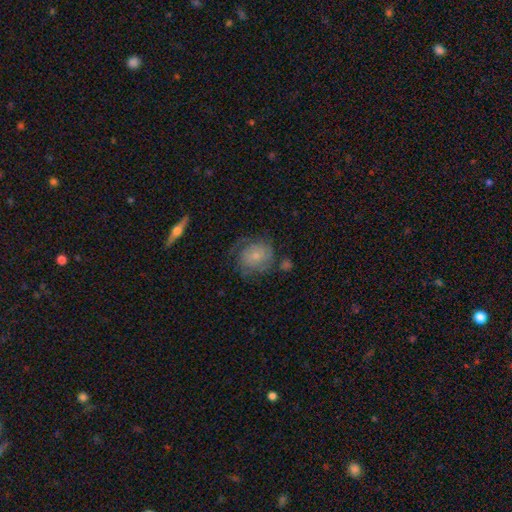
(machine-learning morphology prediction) Smooth or featured?
  - featured or disk: 49% *
  - smooth: 43%
  - star or artifact: 8%
Merging?
  - none: 55% *
  - minor disturbance: 24%
  - major disturbance: 17%
  - merger: 4%